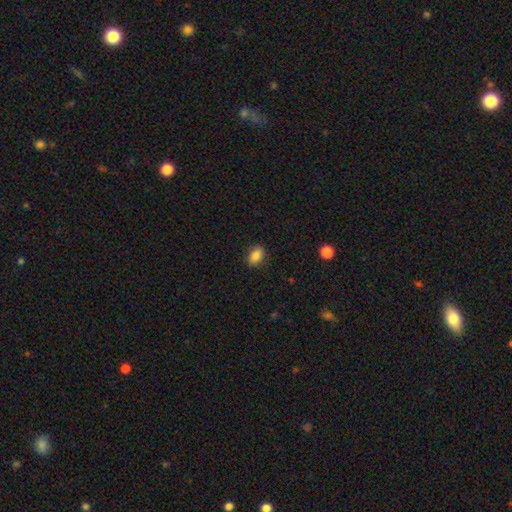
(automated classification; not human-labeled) A smooth galaxy with no disk features (85%) that is in between round and cigar-shaped (83%).

Vote fractions:
- Smooth or featured? smooth: 85% / star or artifact: 9% / featured or disk: 6%
- How rounded? in between: 83% / round: 14% / cigar-shaped: 2%
- Merging? none: 87% / minor disturbance: 10% / major disturbance: 2% / merger: 1%